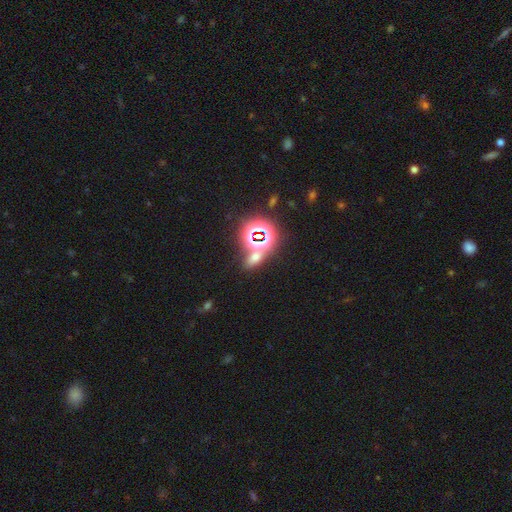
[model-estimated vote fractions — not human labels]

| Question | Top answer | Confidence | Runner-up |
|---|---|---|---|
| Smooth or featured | star or artifact | 54% | smooth (36%) |